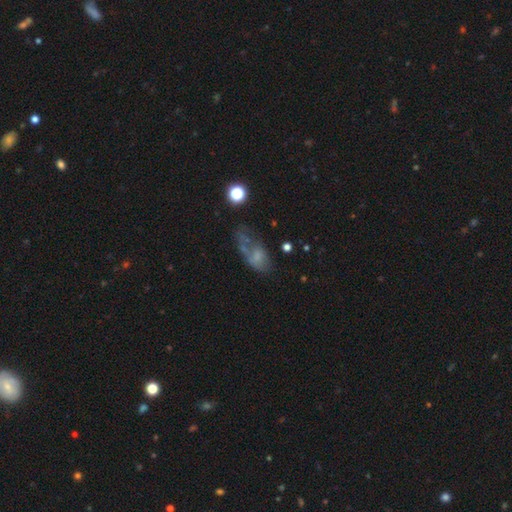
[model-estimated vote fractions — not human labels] Smooth or featured? smooth (42%)
Merging? major disturbance (37%)